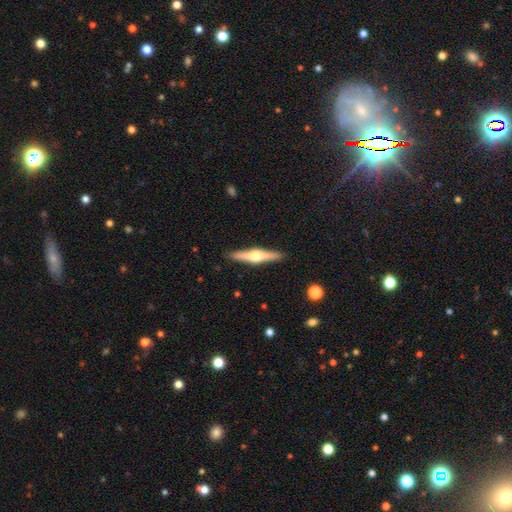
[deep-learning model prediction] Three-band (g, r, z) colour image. It shows a featured or disk galaxy (69%) viewed edge-on (97%) with a rounded central bulge (95%). Merging: none (91%).